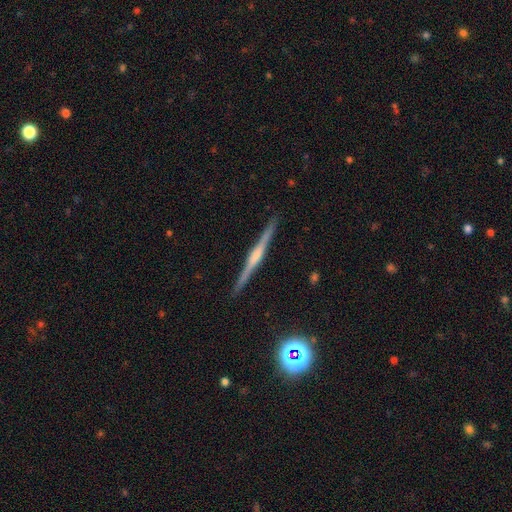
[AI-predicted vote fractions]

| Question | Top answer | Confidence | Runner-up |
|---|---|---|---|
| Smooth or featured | featured or disk | 81% | smooth (12%) |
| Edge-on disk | yes | 98% | no (2%) |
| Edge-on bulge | rounded | 77% | none (13%) |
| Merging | none | 91% | minor disturbance (6%) |